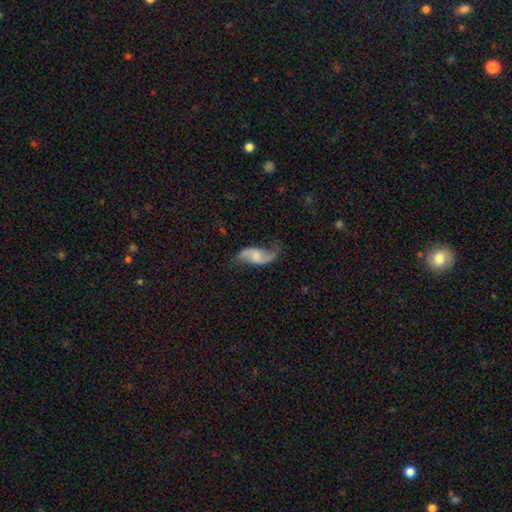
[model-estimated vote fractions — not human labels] The model was most divided on "bar": no: 48%, weak: 41%, strong: 11%. Remaining: edge-on disk — no (96%); spiral arms — yes (95%); spiral arm count — 2 (90%); spiral winding — loose (82%); smooth or featured — featured or disk (79%); merging — none (67%); bulge size — none (40%).